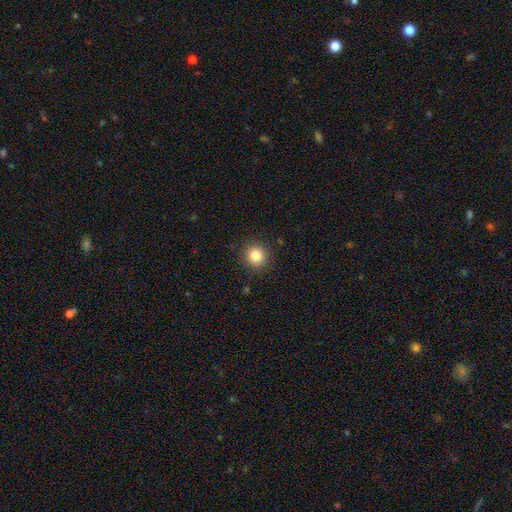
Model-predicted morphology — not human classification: Smooth or featured: smooth — 83% (star or artifact — 11%)
How rounded: round — 91% (in between — 8%)
Merging: none — 90% (minor disturbance — 7%)